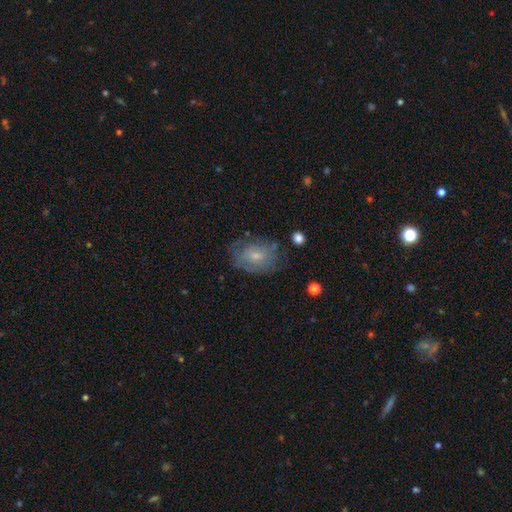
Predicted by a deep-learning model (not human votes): This appears to be a smooth galaxy with no disk features (49%). Merging: none (61%).